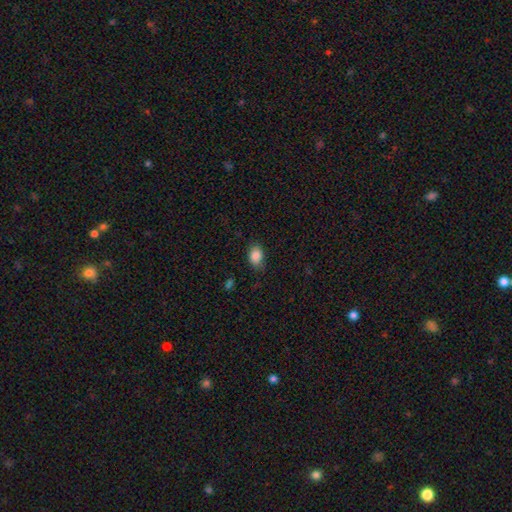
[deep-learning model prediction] smooth 87%, star or artifact 8%, featured or disk 4%. Down the decision tree: how rounded — in between (81%); merging — none (77%).